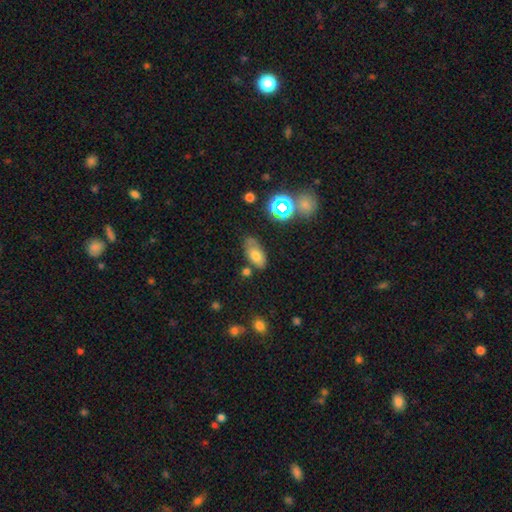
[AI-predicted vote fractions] A smooth galaxy with no disk features (71%) that is in between round and cigar-shaped (89%).

Vote fractions:
- Smooth or featured? smooth: 71% / featured or disk: 16% / star or artifact: 14%
- How rounded? in between: 89% / round: 6% / cigar-shaped: 5%
- Merging? none: 60% / minor disturbance: 24% / merger: 8% / major disturbance: 7%